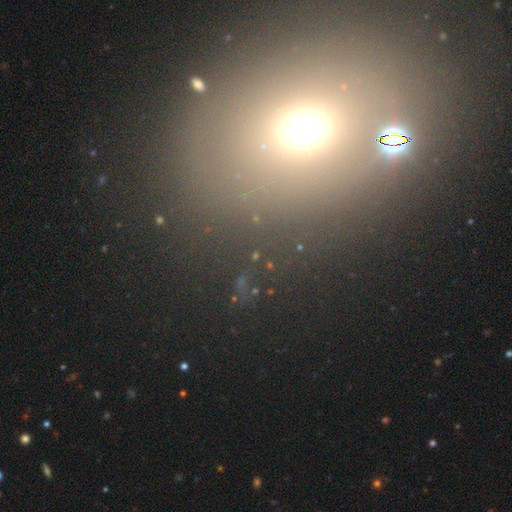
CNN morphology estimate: This appears to be a smooth galaxy with no disk features (52%) that is round (50%). Merging: none (80%).